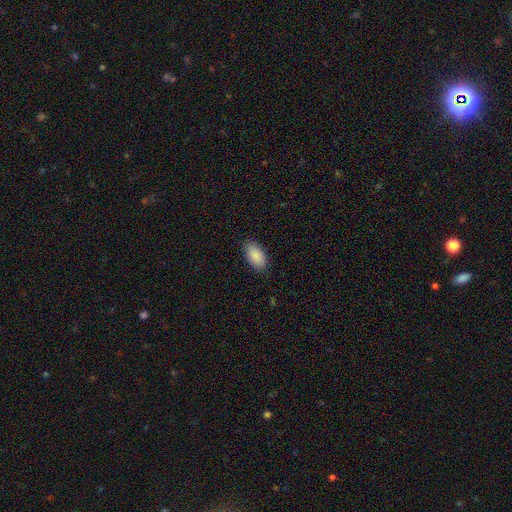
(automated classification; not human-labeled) Q: Smooth or featured?
A: smooth (89%); runner-up: star or artifact (6%)
Q: How rounded?
A: in between (95%); runner-up: cigar-shaped (3%)
Q: Merging?
A: none (87%); runner-up: minor disturbance (10%)